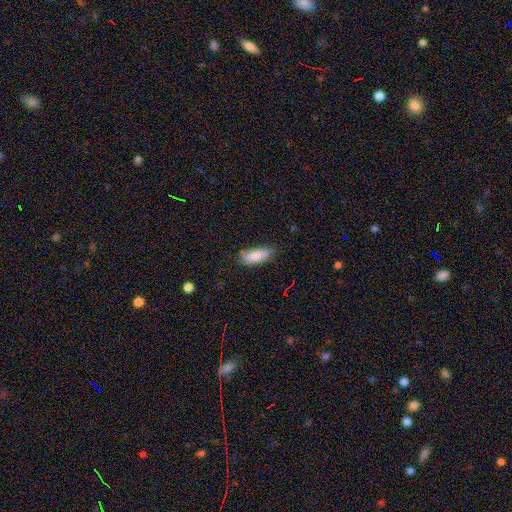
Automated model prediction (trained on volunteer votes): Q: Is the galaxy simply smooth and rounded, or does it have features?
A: smooth — 86%.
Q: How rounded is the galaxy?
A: in between — 75%.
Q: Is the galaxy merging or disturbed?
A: none — 77%.